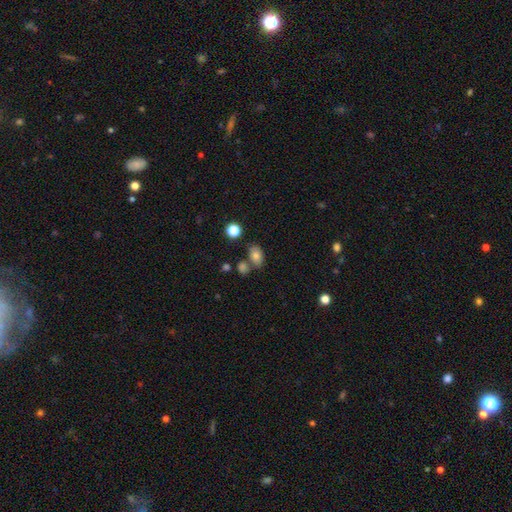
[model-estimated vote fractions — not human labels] The model was most divided on "merging": none: 64%, merger: 17%, minor disturbance: 14%, major disturbance: 4%. More confident: how rounded — in between (81%); smooth or featured — smooth (79%).